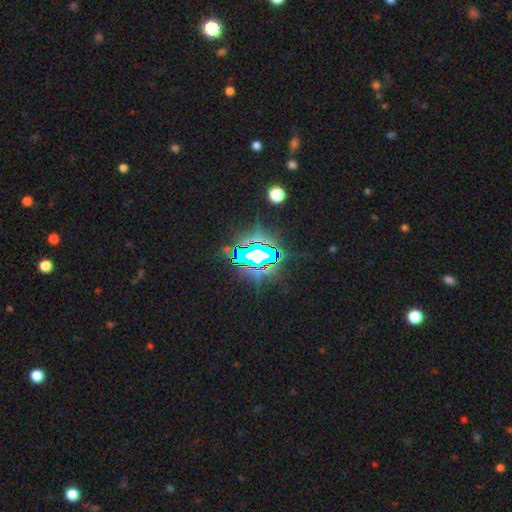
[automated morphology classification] smooth-or-featured: star or artifact: 77% | featured or disk: 13% | smooth: 11%